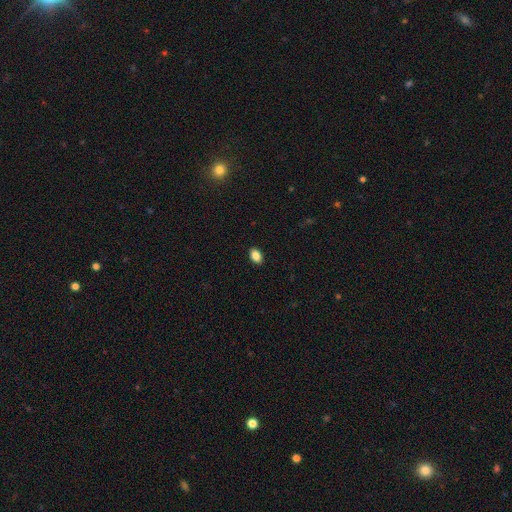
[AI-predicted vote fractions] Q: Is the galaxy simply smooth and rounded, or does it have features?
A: smooth — 87%.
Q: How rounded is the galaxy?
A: in between — 86%.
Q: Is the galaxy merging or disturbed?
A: none — 90%.